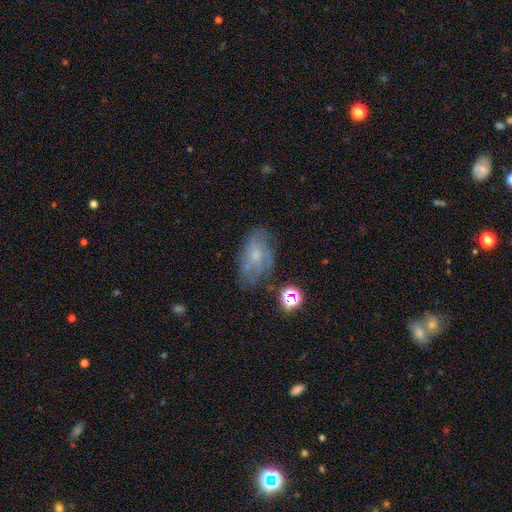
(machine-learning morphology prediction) smooth-or-featured: featured or disk: 46% | smooth: 40% | star or artifact: 14%
  merging: none: 57% | minor disturbance: 25% | major disturbance: 14% | merger: 4%